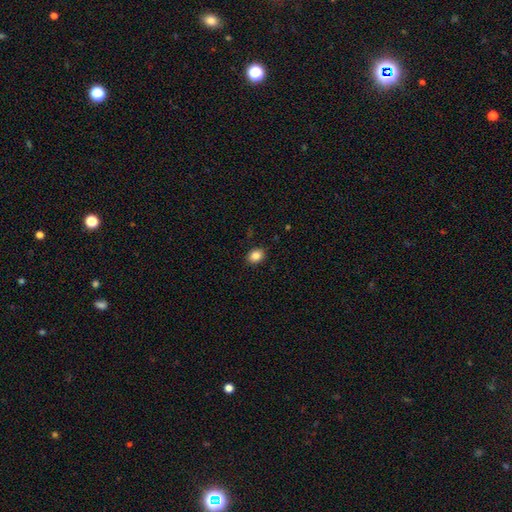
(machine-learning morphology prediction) A smooth galaxy with no disk features (85%) that is in between round and cigar-shaped (57%).

Vote fractions:
- Smooth or featured? smooth: 85% / star or artifact: 9% / featured or disk: 5%
- How rounded? in between: 57% / round: 43% / cigar-shaped: 1%
- Merging? none: 90% / minor disturbance: 8% / major disturbance: 2% / merger: 1%